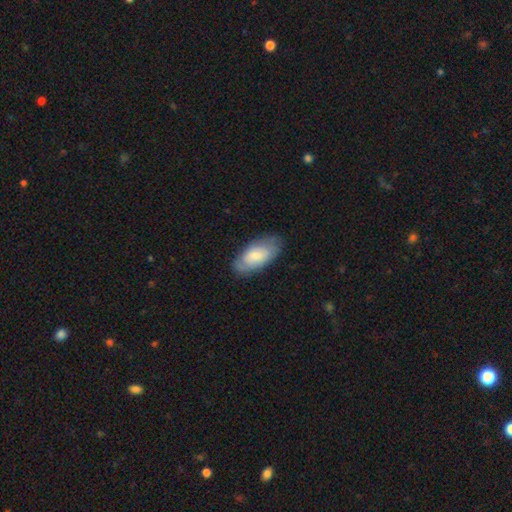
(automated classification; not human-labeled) smooth 63%, featured or disk 31%, star or artifact 6%. Down the decision tree: how rounded — in between (92%); merging — none (72%).